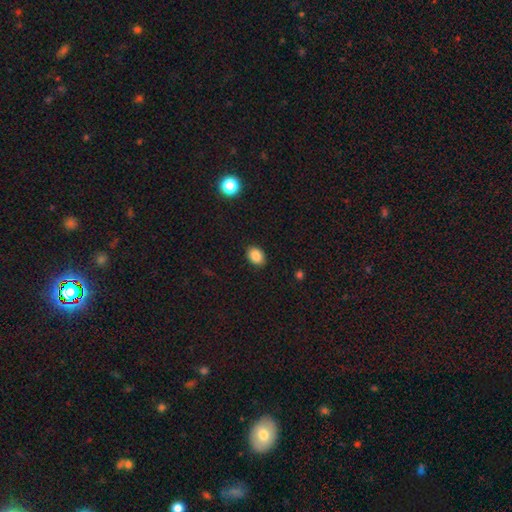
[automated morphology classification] smooth_or_featured: smooth (p=0.87) [alt: star or artifact p=0.09]
how_rounded: in between (p=0.74) [alt: round p=0.25]
merging: none (p=0.89) [alt: minor disturbance p=0.08]